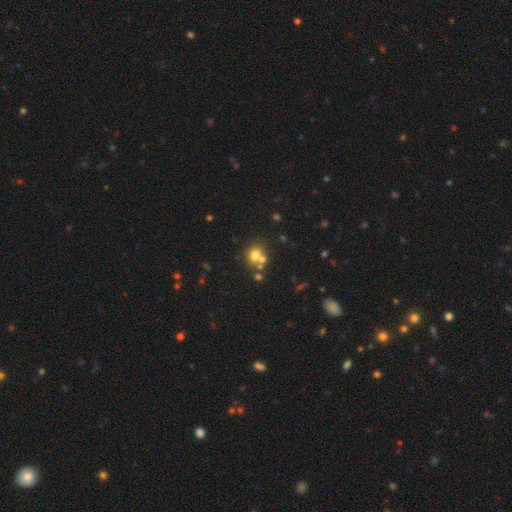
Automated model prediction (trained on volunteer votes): smooth-or-featured: smooth: 68% | star or artifact: 17% | featured or disk: 15%
  how-rounded: round: 80% | in between: 19% | cigar-shaped: 1%
  merging: none: 53% | merger: 33% | minor disturbance: 9% | major disturbance: 4%